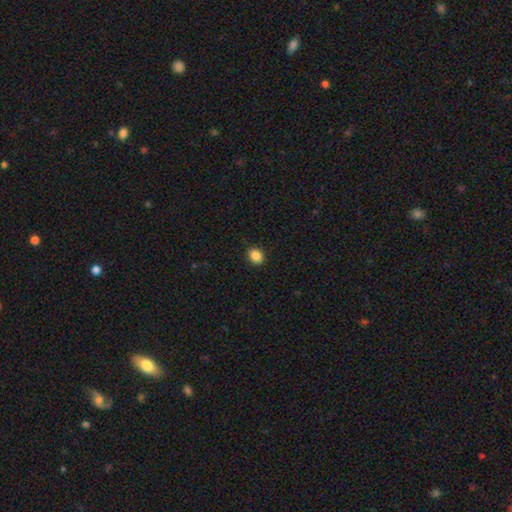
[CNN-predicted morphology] Smooth or featured: smooth — 88% (star or artifact — 9%)
How rounded: in between — 51% (round — 48%)
Merging: none — 91% (minor disturbance — 7%)